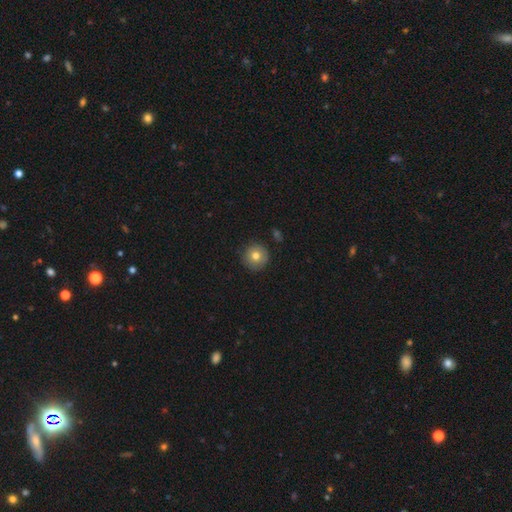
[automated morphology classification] type=smooth (77%); roundness=round (96%); merging=none (90%).